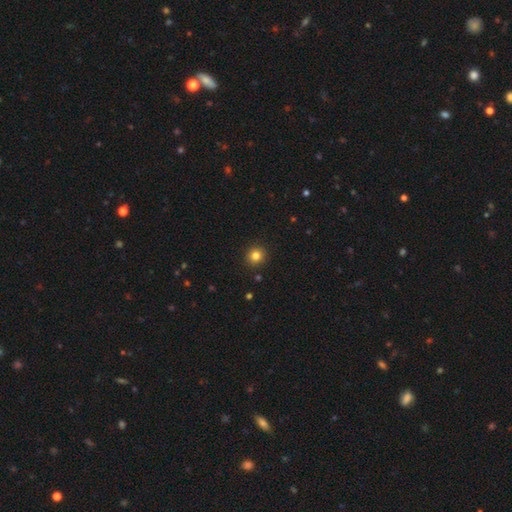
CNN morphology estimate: A smooth galaxy with no disk features (82%) that is round (90%). Merging: none (92%).